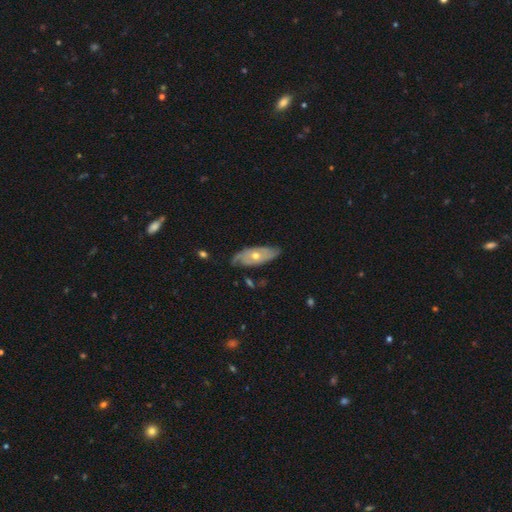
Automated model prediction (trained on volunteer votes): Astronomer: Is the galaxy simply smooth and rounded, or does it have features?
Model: featured or disk — 70%.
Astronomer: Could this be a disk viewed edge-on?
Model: no — 82%.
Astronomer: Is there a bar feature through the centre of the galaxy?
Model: no — 84%.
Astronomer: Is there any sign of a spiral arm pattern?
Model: yes — 78%.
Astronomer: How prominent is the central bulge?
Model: moderate — 60% (runner-up: small, 36%).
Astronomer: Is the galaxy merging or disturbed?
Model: none — 74%.